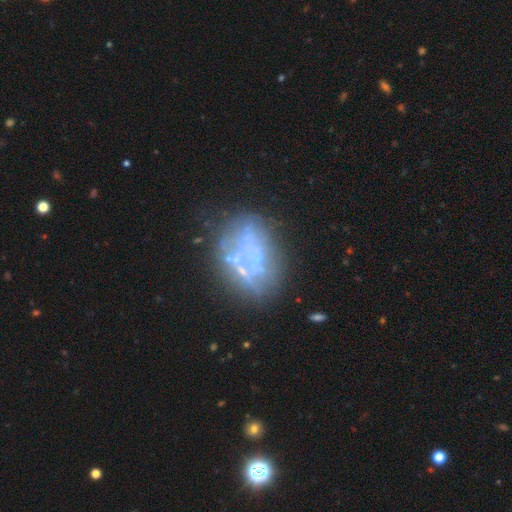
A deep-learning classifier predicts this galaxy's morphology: smooth-or-featured: featured or disk: 63% | smooth: 23% | star or artifact: 14%
  disk-edge-on: no: 98% | yes: 2%
    bar: no: 91% | weak: 6% | strong: 3%
    has-spiral-arms: no: 91% | yes: 9%
    bulge-size: none: 80% | small: 11% | moderate: 6% | large: 2% | dominant: 1%
  merging: none: 49% | major disturbance: 21% | minor disturbance: 20% | merger: 10%